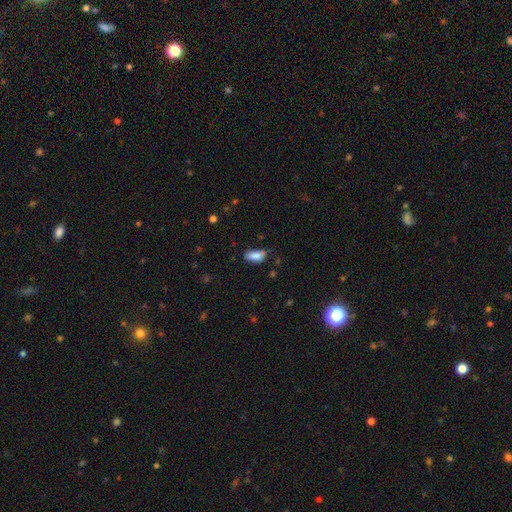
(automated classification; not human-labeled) smooth_or_featured: smooth (p=0.85) [alt: star or artifact p=0.08]
how_rounded: in between (p=0.88) [alt: cigar-shaped p=0.10]
merging: none (p=0.66) [alt: minor disturbance p=0.26]